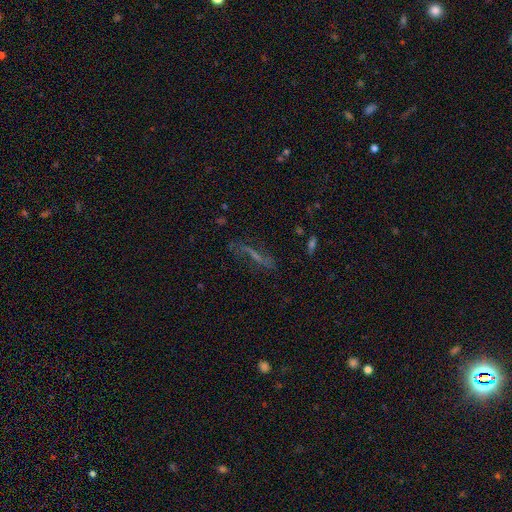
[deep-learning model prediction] A featured or disk galaxy (51%).

Vote fractions:
- Smooth or featured? featured or disk: 51% / star or artifact: 25% / smooth: 24%
- Edge-on disk? no: 55% / yes: 45%
- Merging? none: 68% / minor disturbance: 16% / major disturbance: 11% / merger: 4%